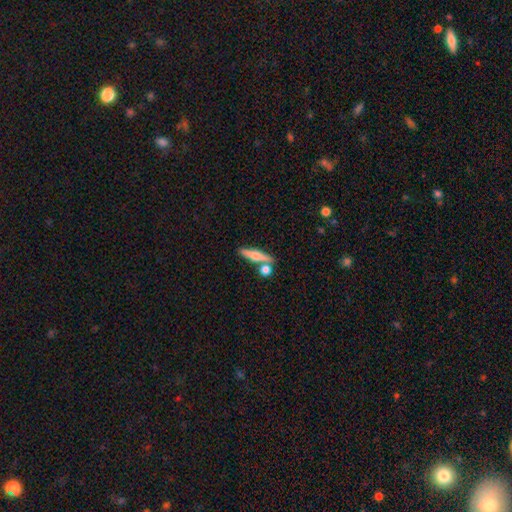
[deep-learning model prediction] This appears to be a featured or disk galaxy (48%). Merging: none (72%).